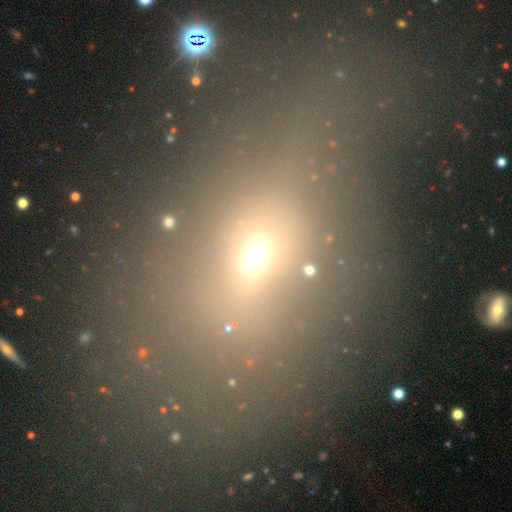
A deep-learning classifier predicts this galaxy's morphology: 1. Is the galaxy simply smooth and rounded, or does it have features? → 58% smooth, 25% star or artifact, 17% featured or disk.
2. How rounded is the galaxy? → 66% in between, 27% round, 6% cigar-shaped.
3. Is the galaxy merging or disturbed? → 61% none, 16% minor disturbance, 12% major disturbance, 11% merger.